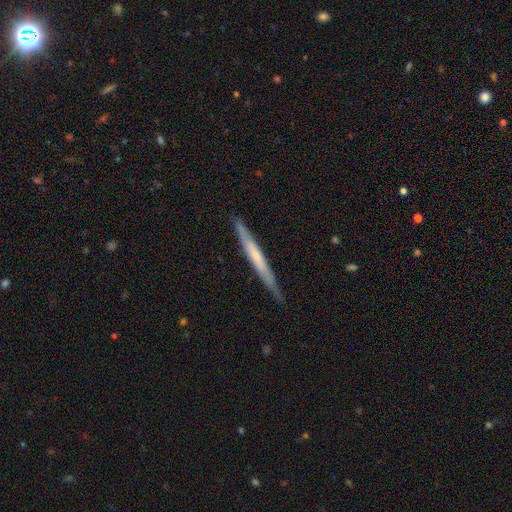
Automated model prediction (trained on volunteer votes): This appears to be a featured or disk galaxy (54%) viewed edge-on (95%) with no central bulge (70%). Merging: none (86%).